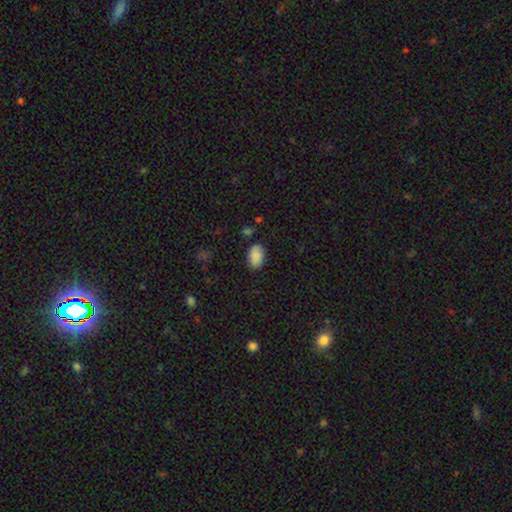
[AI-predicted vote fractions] Q: Smooth or featured?
A: smooth (88%); runner-up: star or artifact (7%)
Q: How rounded?
A: in between (91%); runner-up: round (8%)
Q: Merging?
A: none (82%); runner-up: minor disturbance (13%)